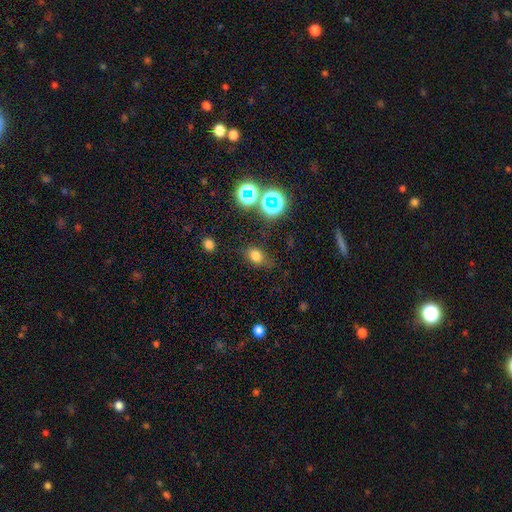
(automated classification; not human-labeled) Q: Smooth or featured?
A: smooth (70%); runner-up: star or artifact (21%)
Q: How rounded?
A: in between (57%); runner-up: round (42%)
Q: Merging?
A: none (71%); runner-up: minor disturbance (19%)